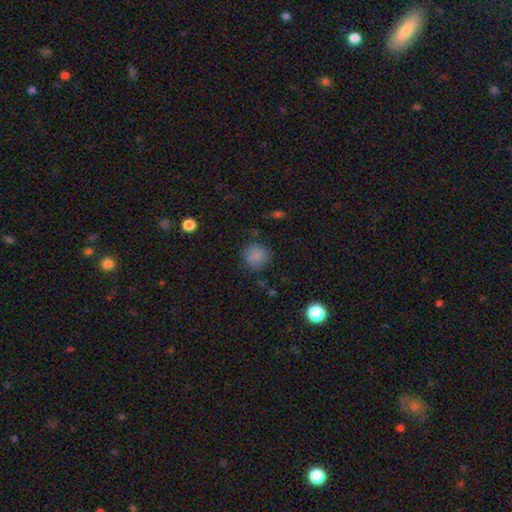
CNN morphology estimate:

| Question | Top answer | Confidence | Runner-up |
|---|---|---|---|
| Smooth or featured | smooth | 83% | star or artifact (11%) |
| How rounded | round | 91% | in between (8%) |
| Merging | none | 81% | minor disturbance (13%) |